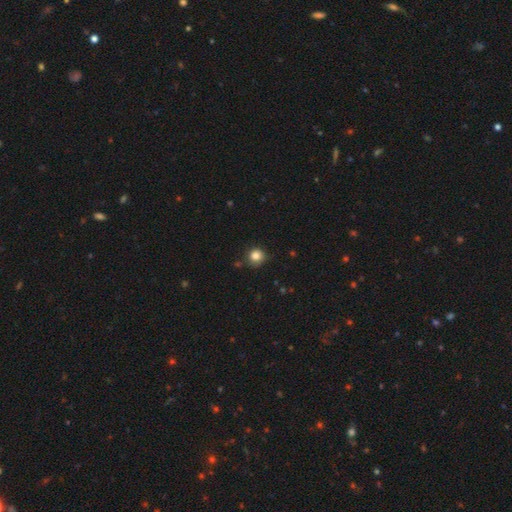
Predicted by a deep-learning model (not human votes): Morphology: type=smooth (85%); roundness=round (90%); merging=none (80%).